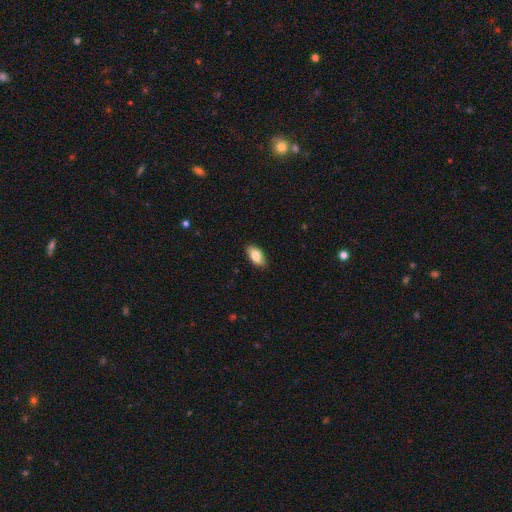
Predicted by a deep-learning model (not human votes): Morphology: type=smooth (83%); roundness=in between (93%); merging=none (88%).